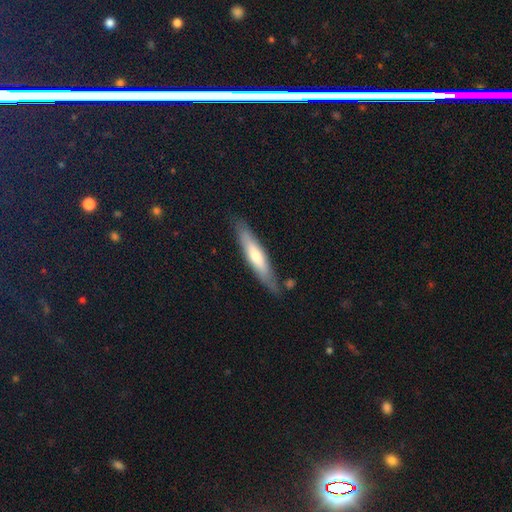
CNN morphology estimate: Smooth or featured: smooth — 53% (featured or disk — 42%)
How rounded: cigar-shaped — 82% (in between — 16%)
Merging: none — 81% (minor disturbance — 13%)